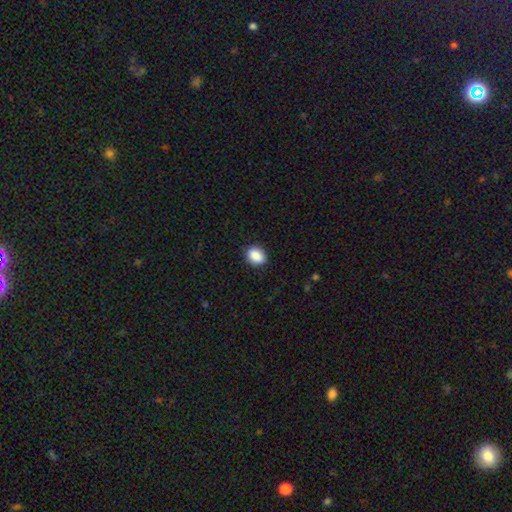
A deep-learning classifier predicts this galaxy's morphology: Overall: smooth (89%). How rounded: in between (61%; round 38%). Merging: none (88%).